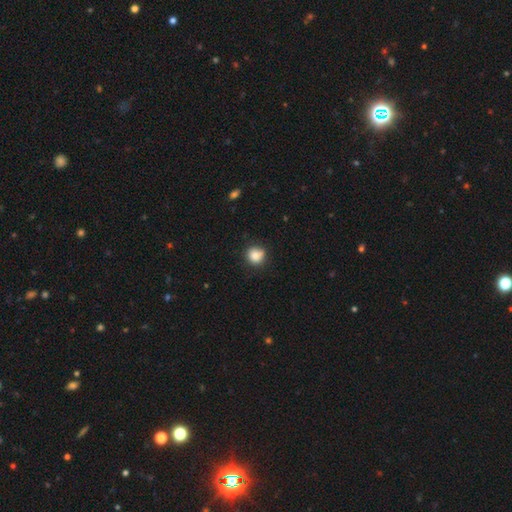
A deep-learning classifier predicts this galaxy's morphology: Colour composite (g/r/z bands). It shows a smooth galaxy with no disk features (83%) that is round (88%). Merging: none (73%).